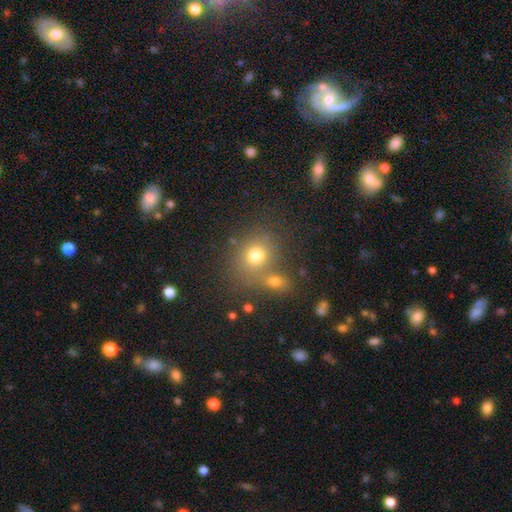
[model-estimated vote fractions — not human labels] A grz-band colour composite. It shows a smooth galaxy with no disk features (75%) that is round (75%). Merging: none (53%).